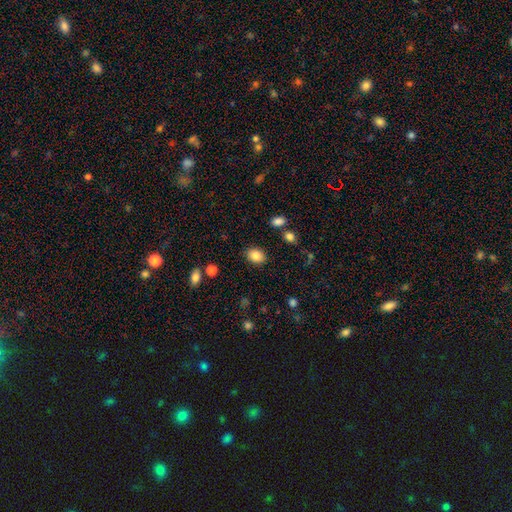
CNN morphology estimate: smooth-or-featured: smooth: 85% | star or artifact: 9% | featured or disk: 6%
  how-rounded: in between: 69% | round: 30% | cigar-shaped: 1%
  merging: none: 87% | minor disturbance: 9% | major disturbance: 3% | merger: 2%